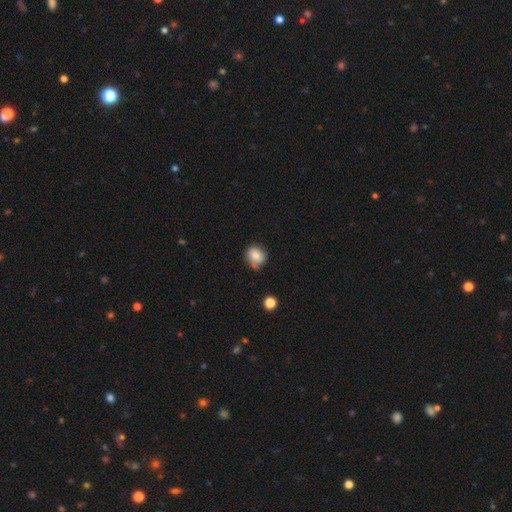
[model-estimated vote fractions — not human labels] Smooth or featured: smooth — 76% (featured or disk — 15%)
How rounded: round — 68% (in between — 31%)
Merging: none — 55% (minor disturbance — 34%)